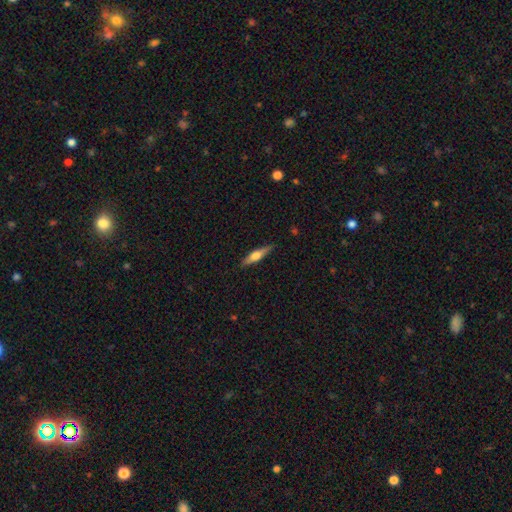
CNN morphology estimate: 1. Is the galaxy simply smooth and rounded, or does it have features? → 55% featured or disk, 39% smooth, 6% star or artifact.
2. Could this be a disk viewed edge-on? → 96% yes, 4% no.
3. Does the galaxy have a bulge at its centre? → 92% rounded, 5% boxy, 3% none.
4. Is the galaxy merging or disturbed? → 88% none, 9% minor disturbance, 2% major disturbance, 1% merger.